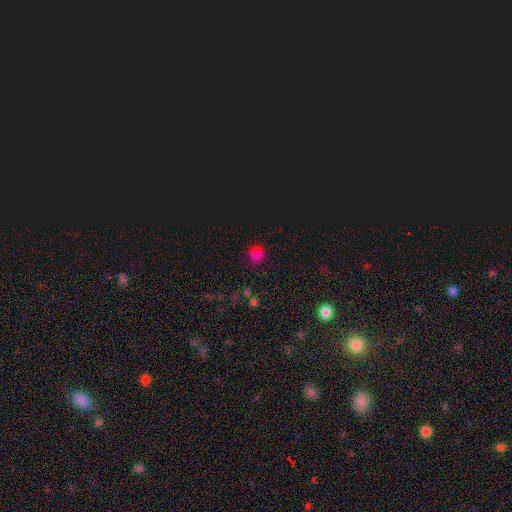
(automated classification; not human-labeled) A smooth galaxy with no disk features (65%) that is round (82%). Merging: none (80%).